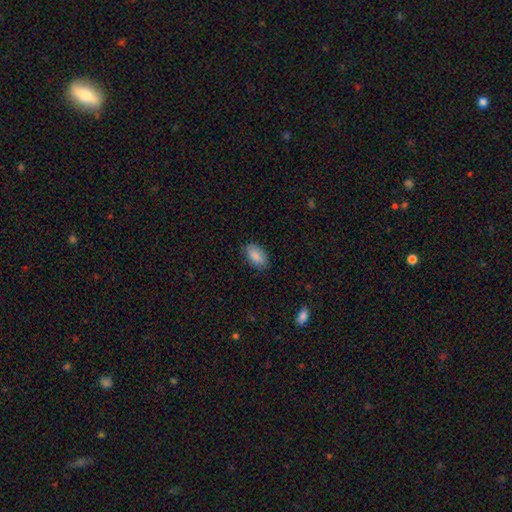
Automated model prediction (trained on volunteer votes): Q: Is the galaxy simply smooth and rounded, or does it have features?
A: smooth — 88%.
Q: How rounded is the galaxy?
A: in between — 94%.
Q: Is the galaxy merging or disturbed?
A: none — 83%.